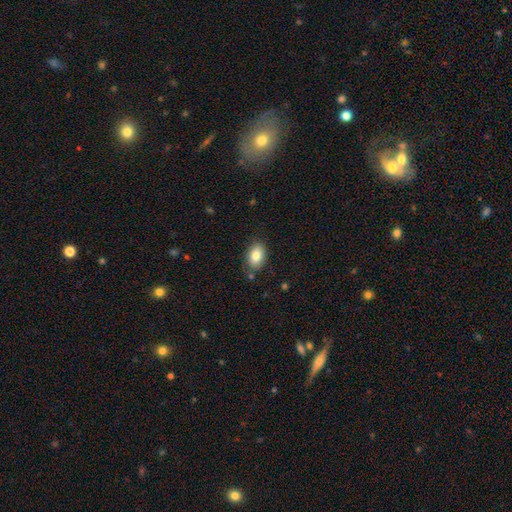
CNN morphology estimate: Smooth or featured? Predicted: smooth (p=0.82). How rounded? Predicted: in between (p=0.86). Merging? Predicted: none (p=0.79).